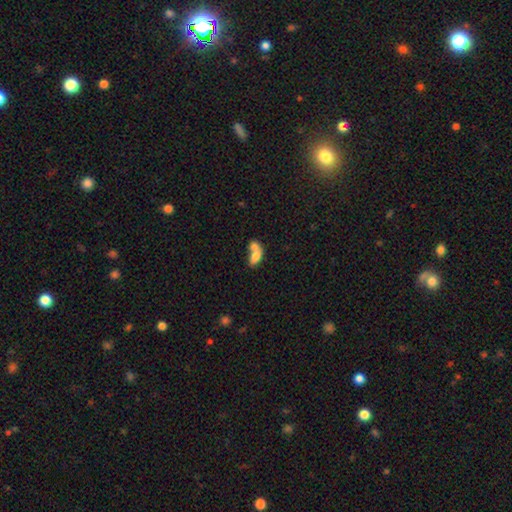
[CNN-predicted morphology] Smooth or featured? smooth (72%)
How rounded? in between (83%)
Merging? merger (73%)